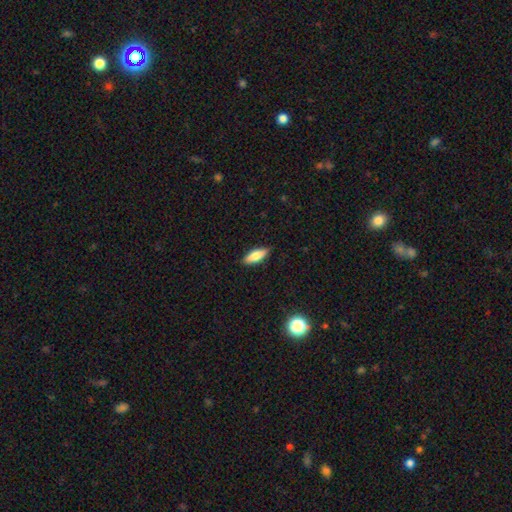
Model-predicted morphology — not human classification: Smooth or featured?
  - smooth: 72% *
  - featured or disk: 22%
  - star or artifact: 7%
How rounded?
  - in between: 59% *
  - cigar-shaped: 39%
  - round: 2%
Merging?
  - none: 87% *
  - minor disturbance: 10%
  - major disturbance: 2%
  - merger: 1%